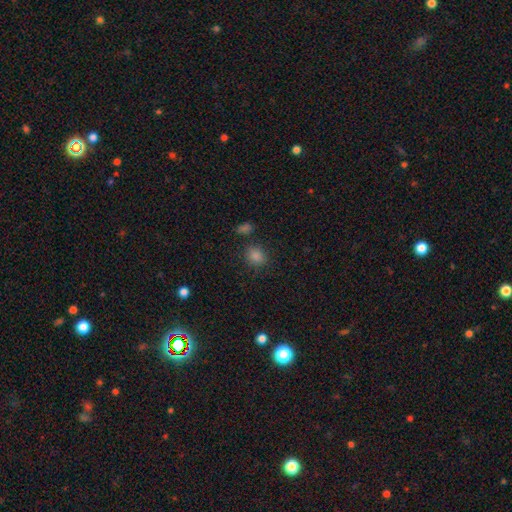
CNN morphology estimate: A smooth galaxy with no disk features (77%) that is round (66%). Merging: none (82%).